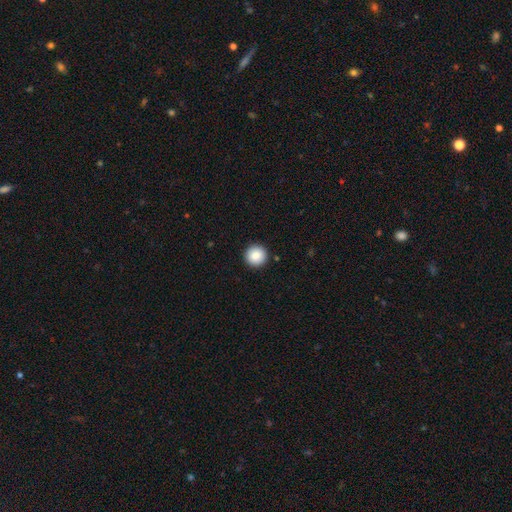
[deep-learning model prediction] Smooth or featured? Predicted: smooth (p=0.87). How rounded? Predicted: round (p=0.96). Merging? Predicted: none (p=0.93).